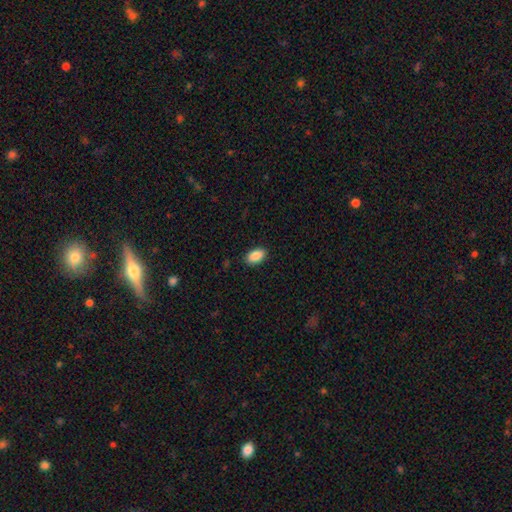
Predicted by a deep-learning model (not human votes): Smooth or featured: smooth — 89% (star or artifact — 7%)
How rounded: in between — 92% (round — 6%)
Merging: none — 89% (minor disturbance — 8%)